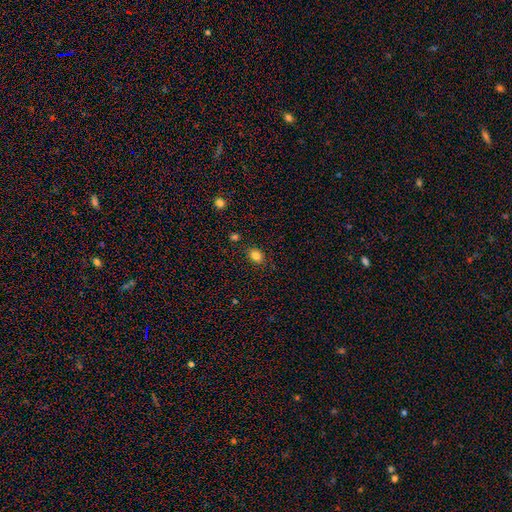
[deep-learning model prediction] Q: Smooth or featured?
A: smooth (83%); runner-up: star or artifact (12%)
Q: How rounded?
A: in between (54%); runner-up: round (45%)
Q: Merging?
A: none (86%); runner-up: minor disturbance (10%)